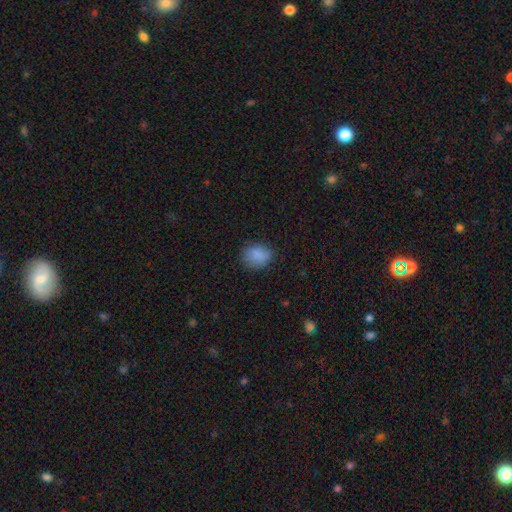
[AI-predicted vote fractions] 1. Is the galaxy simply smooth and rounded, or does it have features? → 86% smooth, 9% star or artifact, 5% featured or disk.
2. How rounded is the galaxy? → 58% round, 41% in between, 1% cigar-shaped.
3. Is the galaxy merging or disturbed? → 78% none, 17% minor disturbance, 4% major disturbance, 1% merger.